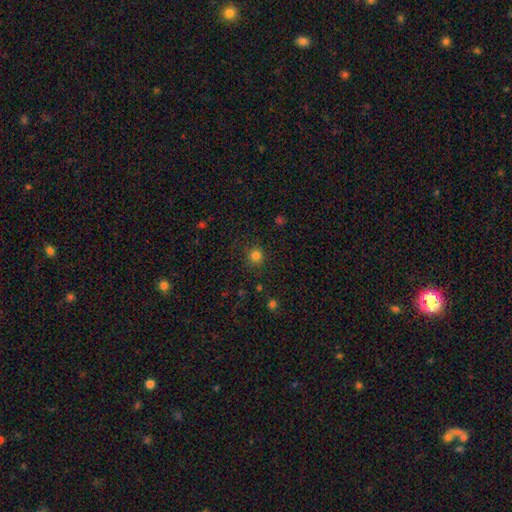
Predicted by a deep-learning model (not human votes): Smooth or featured? Predicted: smooth (p=0.82). How rounded? Predicted: round (p=0.91). Merging? Predicted: none (p=0.86).